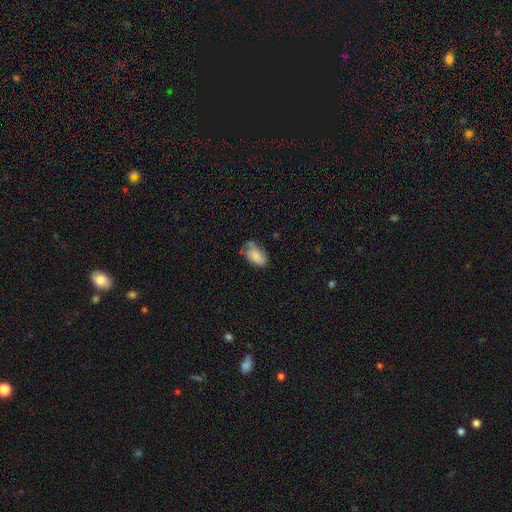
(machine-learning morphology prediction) smooth 79%, featured or disk 14%, star or artifact 8%. Down the decision tree: how rounded — in between (92%); merging — none (54%).